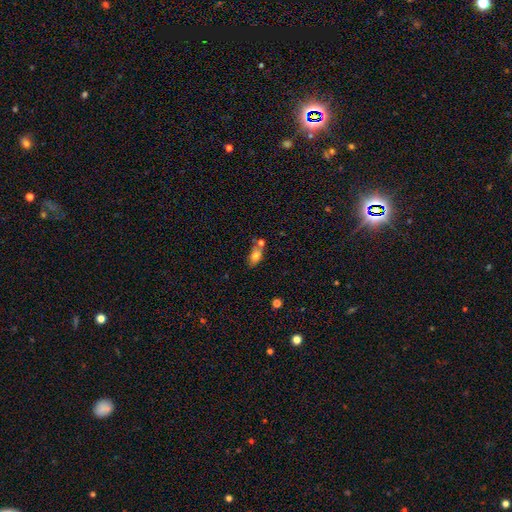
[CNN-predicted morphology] The model was most divided on "merging": none: 44%, merger: 32%, minor disturbance: 17%, major disturbance: 7%. More confident: how rounded — in between (83%); smooth or featured — smooth (74%).